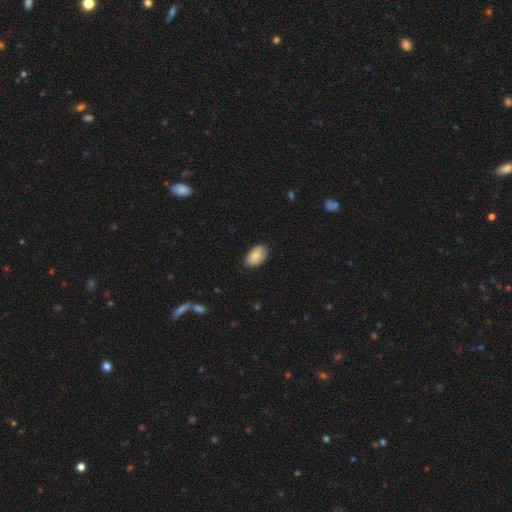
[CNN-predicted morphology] This is likely a smooth galaxy (78%). How rounded: clearly in between (93%). Merging: clearly none (80%).